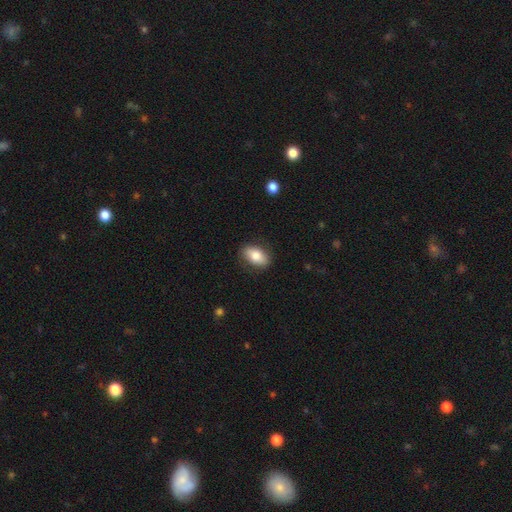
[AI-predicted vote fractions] smooth 82%, featured or disk 12%, star or artifact 7%. Down the decision tree: how rounded — in between (89%); merging — none (84%).